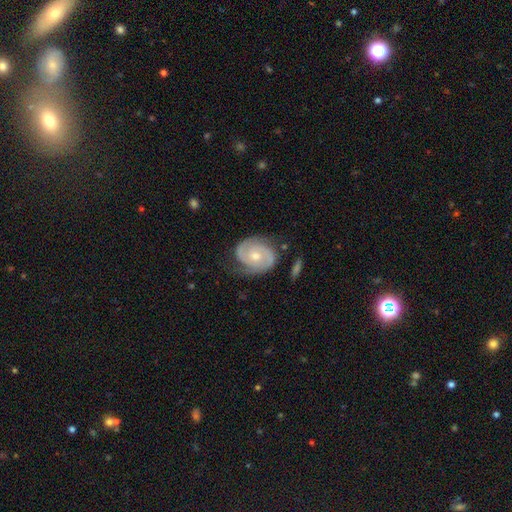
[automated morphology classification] Q: Smooth or featured?
A: featured or disk (84%); runner-up: smooth (11%)
Q: Edge-on disk?
A: no (98%); runner-up: yes (2%)
Q: Bar?
A: no (68%); runner-up: weak (28%)
Q: Spiral arms?
A: yes (96%); runner-up: no (4%)
Q: Spiral winding?
A: tight (54%); runner-up: medium (37%)
Q: Spiral arm count?
A: 2 (84%); runner-up: can't tell (7%)
Q: Bulge size?
A: moderate (59%); runner-up: small (36%)
Q: Merging?
A: none (71%); runner-up: minor disturbance (20%)